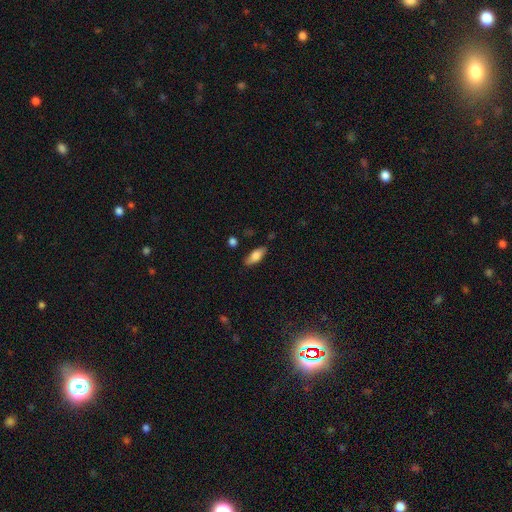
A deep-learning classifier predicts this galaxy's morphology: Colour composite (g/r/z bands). It shows a smooth galaxy with no disk features (76%) that is in between round and cigar-shaped (76%). Merging: none (82%).